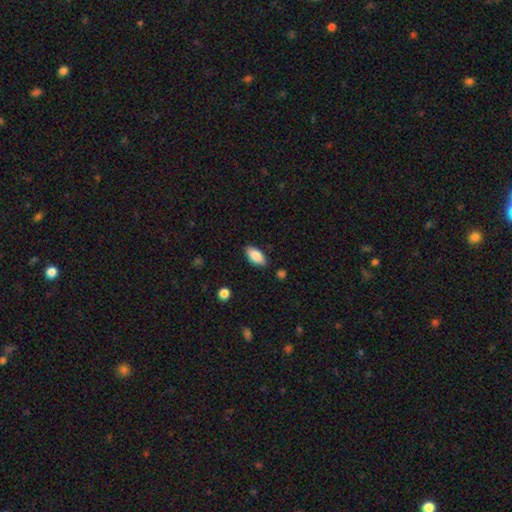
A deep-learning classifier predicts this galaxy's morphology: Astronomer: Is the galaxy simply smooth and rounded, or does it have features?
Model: smooth — 87%.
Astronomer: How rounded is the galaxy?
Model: in between — 90%.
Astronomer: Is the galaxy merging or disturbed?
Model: none — 85%.